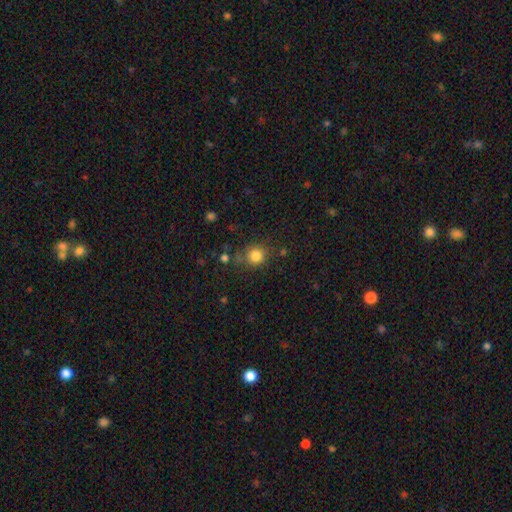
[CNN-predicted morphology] Smooth or featured: smooth — 83% (star or artifact — 12%)
How rounded: round — 85% (in between — 14%)
Merging: none — 75% (minor disturbance — 14%)